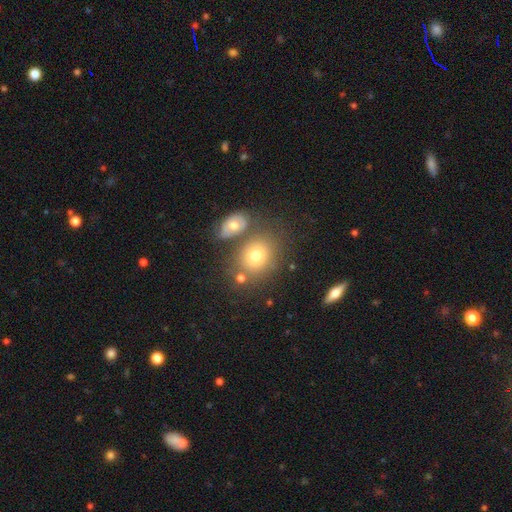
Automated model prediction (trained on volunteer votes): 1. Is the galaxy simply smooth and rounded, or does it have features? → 70% smooth, 17% featured or disk, 13% star or artifact.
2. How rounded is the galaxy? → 56% round, 43% in between, 1% cigar-shaped.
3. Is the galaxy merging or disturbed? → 64% none, 18% merger, 13% minor disturbance, 5% major disturbance.